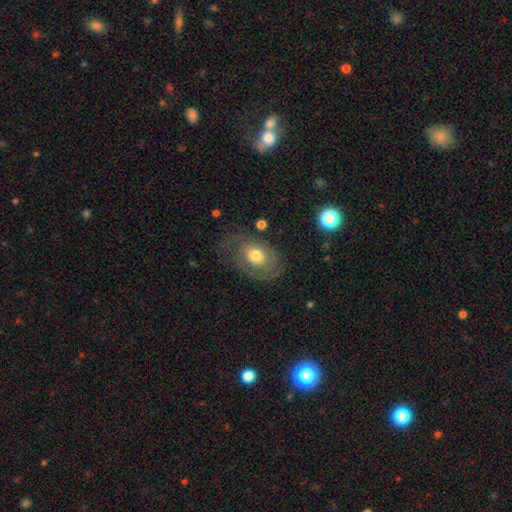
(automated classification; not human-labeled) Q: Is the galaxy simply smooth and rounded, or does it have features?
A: featured or disk — 53%.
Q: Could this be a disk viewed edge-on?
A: no — 95%.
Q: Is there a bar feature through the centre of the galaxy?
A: no — 84%.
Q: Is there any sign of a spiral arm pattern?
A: yes — 68%.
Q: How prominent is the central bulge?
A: moderate — 64%.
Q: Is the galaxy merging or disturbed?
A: none — 62%.